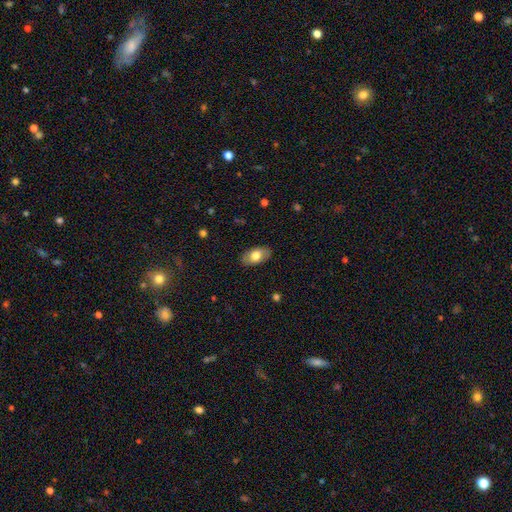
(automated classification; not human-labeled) Smooth or featured?
  - smooth: 75% *
  - featured or disk: 19%
  - star or artifact: 6%
How rounded?
  - in between: 93% *
  - round: 5%
  - cigar-shaped: 2%
Merging?
  - none: 87% *
  - minor disturbance: 10%
  - major disturbance: 2%
  - merger: 1%